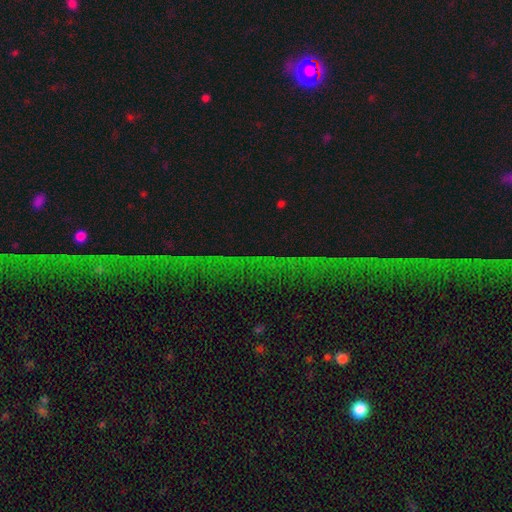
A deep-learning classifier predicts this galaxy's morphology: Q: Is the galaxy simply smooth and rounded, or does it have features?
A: star or artifact — 75%.